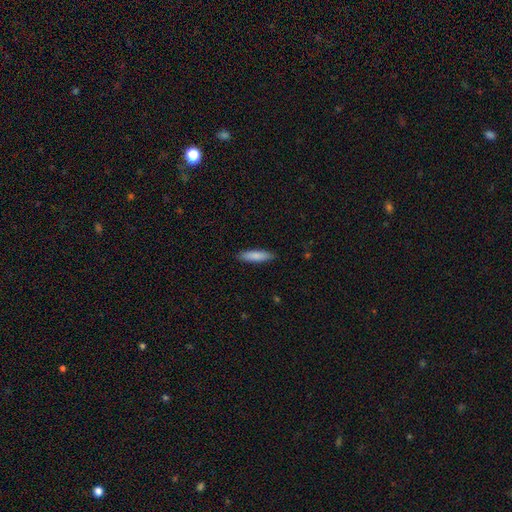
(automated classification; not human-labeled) smooth_or_featured: smooth (p=0.85) [alt: featured or disk p=0.10]
how_rounded: cigar-shaped (p=0.73) [alt: in between p=0.26]
merging: none (p=0.88) [alt: minor disturbance p=0.09]